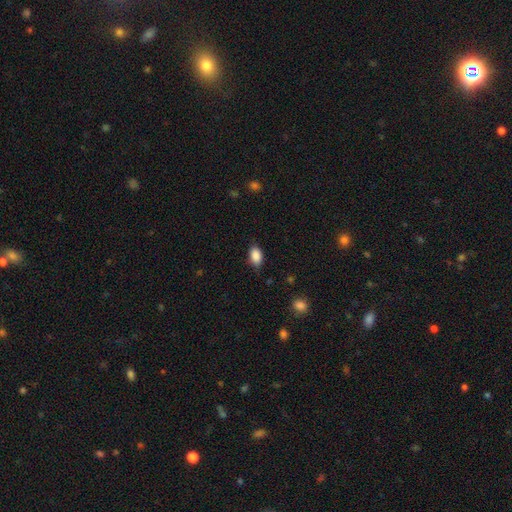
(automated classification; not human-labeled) A smooth galaxy with no disk features (89%) that is in between round and cigar-shaped (90%). Merging: none (81%).